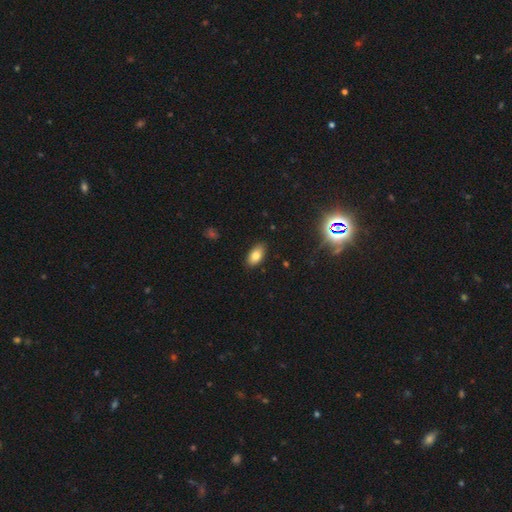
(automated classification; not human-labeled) Smooth or featured: smooth — 79% (featured or disk — 10%)
How rounded: in between — 92% (round — 5%)
Merging: none — 86% (minor disturbance — 10%)